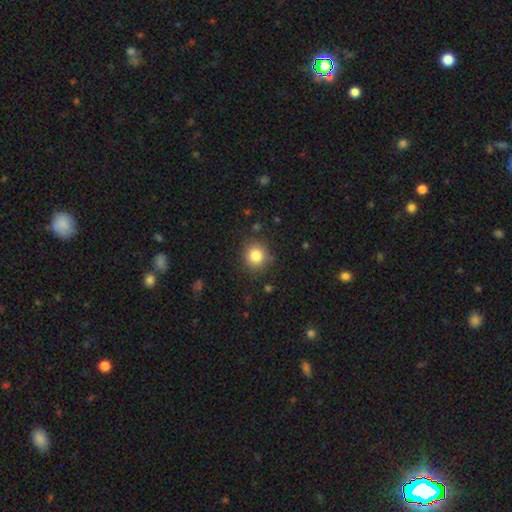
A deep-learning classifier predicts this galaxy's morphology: Smooth or featured?
  - smooth: 83% *
  - star or artifact: 11%
  - featured or disk: 6%
How rounded?
  - round: 89% *
  - in between: 10%
  - cigar-shaped: 1%
Merging?
  - none: 87% *
  - minor disturbance: 8%
  - major disturbance: 3%
  - merger: 1%